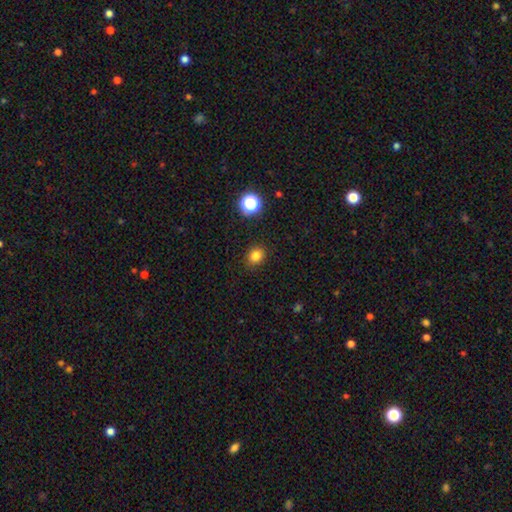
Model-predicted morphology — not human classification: Q: Smooth or featured?
A: smooth (81%); runner-up: star or artifact (14%)
Q: How rounded?
A: round (68%); runner-up: in between (31%)
Q: Merging?
A: none (89%); runner-up: minor disturbance (8%)